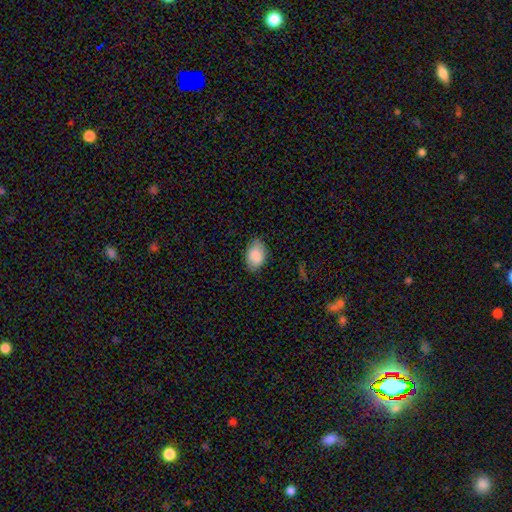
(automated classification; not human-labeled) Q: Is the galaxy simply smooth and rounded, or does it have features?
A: smooth — 87%.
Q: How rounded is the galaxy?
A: in between — 89%.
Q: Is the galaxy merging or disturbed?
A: none — 78%.